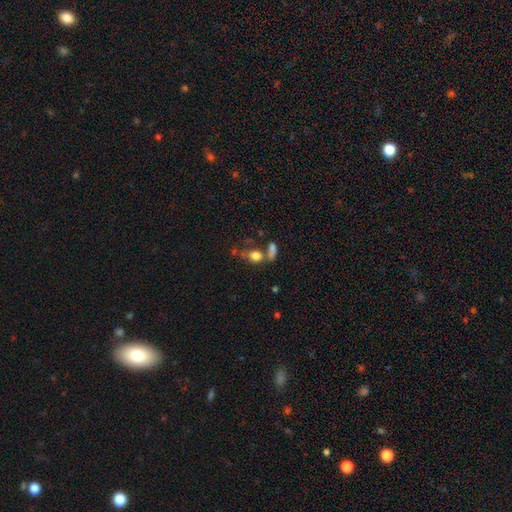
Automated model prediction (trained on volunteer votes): Smooth or featured?
  - smooth: 74% *
  - featured or disk: 14%
  - star or artifact: 12%
How rounded?
  - in between: 49% *
  - round: 47%
  - cigar-shaped: 4%
Merging?
  - none: 39% *
  - merger: 35%
  - minor disturbance: 14%
  - major disturbance: 12%